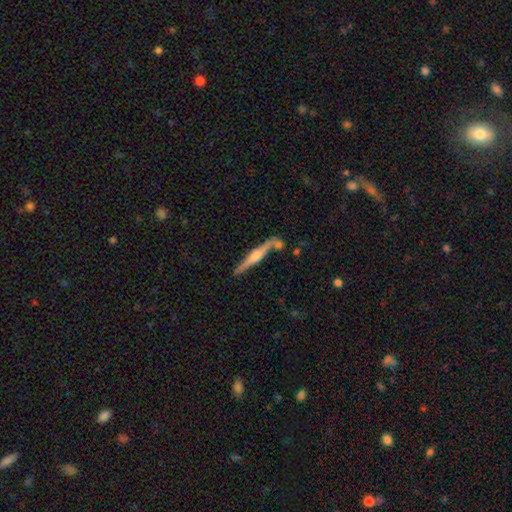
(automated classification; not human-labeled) Morphology: type=featured or disk (77%); edge-on=yes (98%); edge-on bulge=rounded (81%); merging=none (80%).